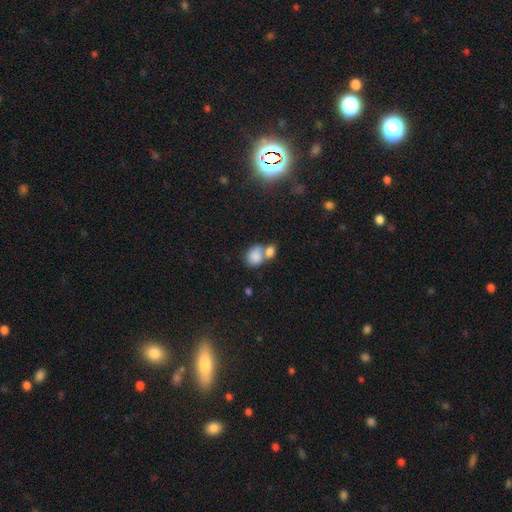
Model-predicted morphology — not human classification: This is clearly a smooth galaxy (83%). How rounded: likely in between (63%). Merging: possibly merger (58%).